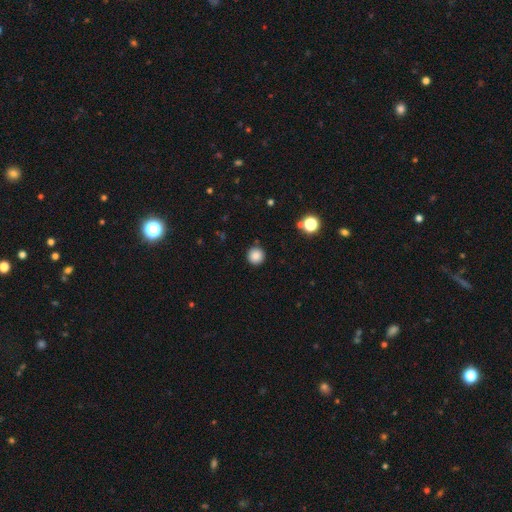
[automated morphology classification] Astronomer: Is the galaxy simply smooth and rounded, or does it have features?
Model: smooth — 85%.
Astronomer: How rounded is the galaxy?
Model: round — 96%.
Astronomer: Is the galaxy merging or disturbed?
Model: none — 89%.